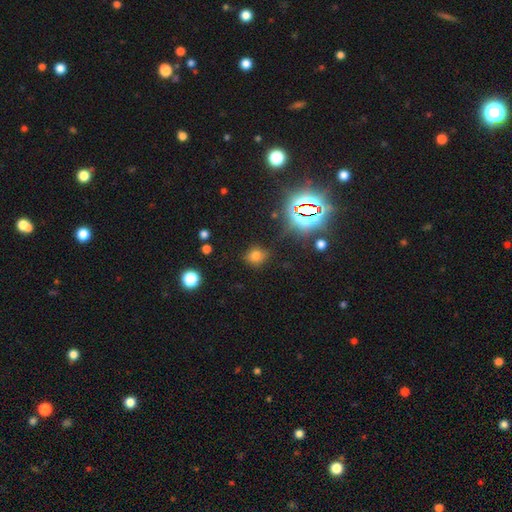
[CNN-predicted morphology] Smooth or featured? Predicted: smooth (p=0.68). How rounded? Predicted: round (p=0.77). Merging? Predicted: none (p=0.81).